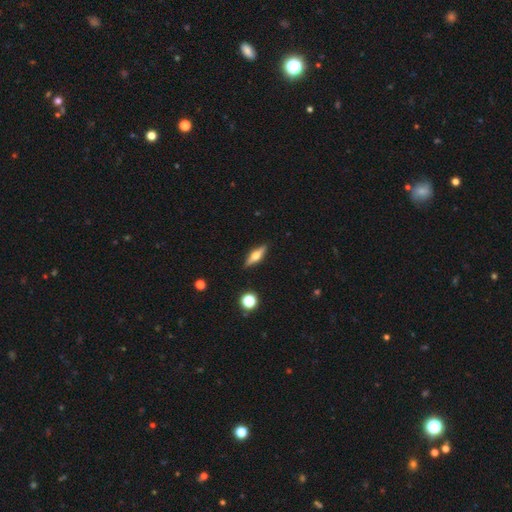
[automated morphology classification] featured or disk 60%, smooth 33%, star or artifact 7%. Down the decision tree: edge-on disk — yes (95%); edge-on bulge — rounded (93%); merging — none (89%).